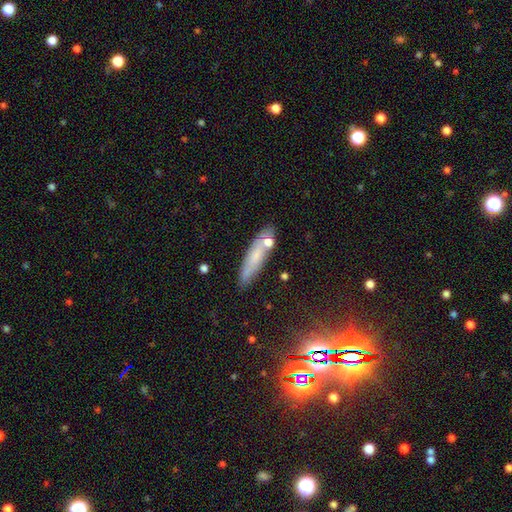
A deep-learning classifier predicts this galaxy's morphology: type=smooth (57%); roundness=cigar-shaped (75%); merging=none (73%).